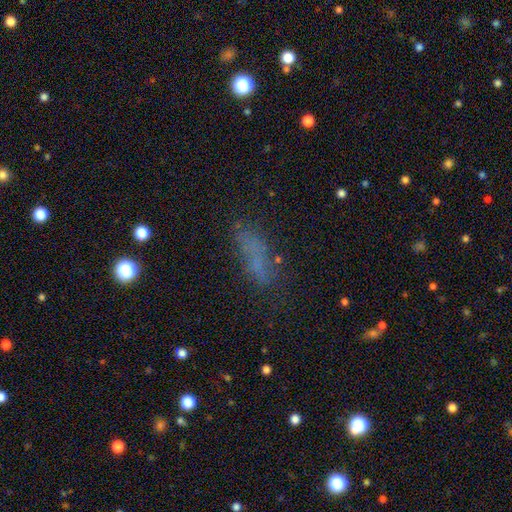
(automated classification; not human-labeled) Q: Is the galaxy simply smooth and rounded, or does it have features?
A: smooth — 58%.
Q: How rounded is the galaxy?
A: in between — 50%.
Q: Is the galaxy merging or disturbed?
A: none — 59%.